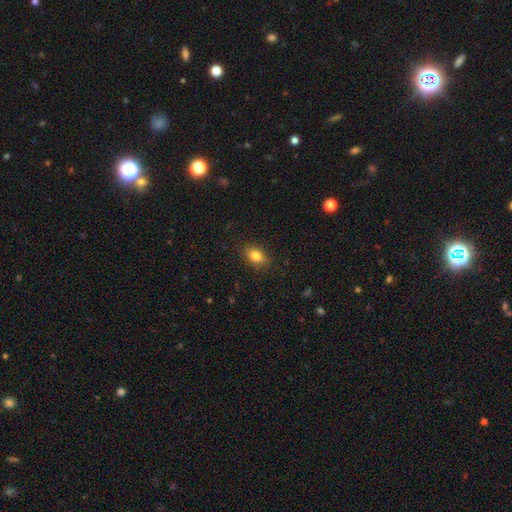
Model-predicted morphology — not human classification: Q: Smooth or featured?
A: smooth (81%); runner-up: star or artifact (10%)
Q: How rounded?
A: in between (76%); runner-up: round (23%)
Q: Merging?
A: none (86%); runner-up: minor disturbance (10%)